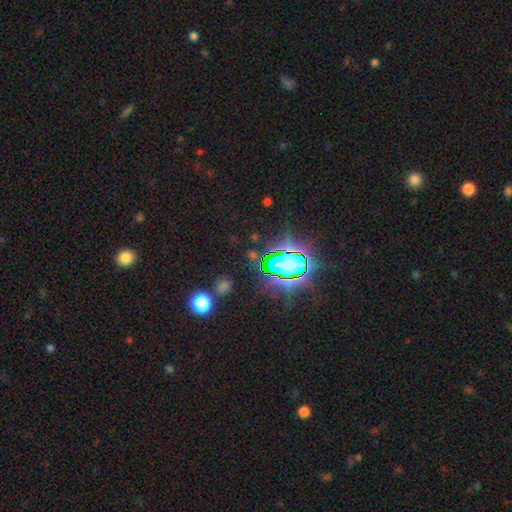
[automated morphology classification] This is likely a star or artifact rather than a galaxy (72%).